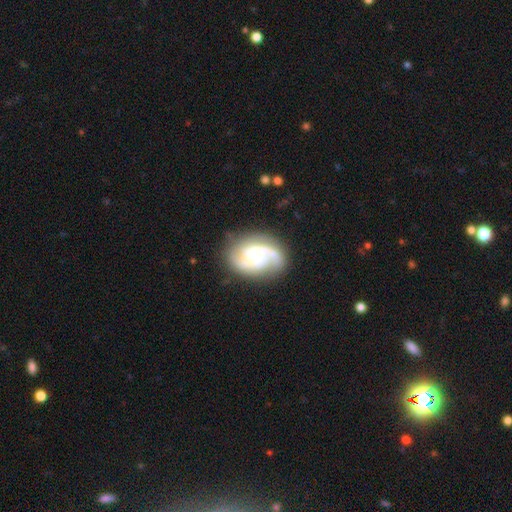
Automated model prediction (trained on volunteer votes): smooth_or_featured: featured or disk (p=0.79) [alt: smooth p=0.14]
disk_edge_on: no (p=0.98) [alt: yes p=0.02]
bar: no (p=0.50) [alt: weak p=0.40]
has_spiral_arms: yes (p=0.94) [alt: no p=0.06]
spiral_winding: medium (p=0.47) [alt: loose p=0.28]
spiral_arm_count: 2 (p=0.57) [alt: 3 p=0.15]
bulge_size: moderate (p=0.33) [alt: small p=0.32]
merging: none (p=0.65) [alt: minor disturbance p=0.19]